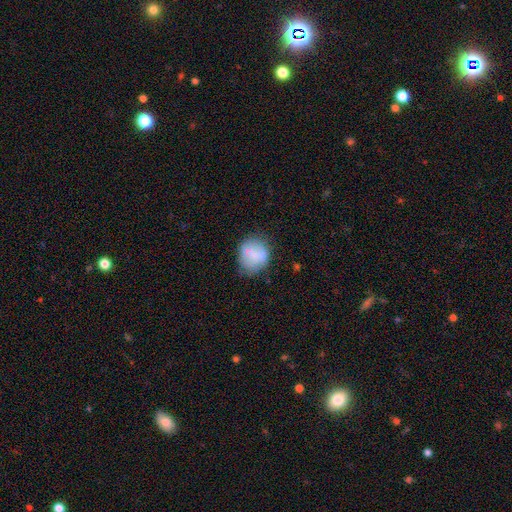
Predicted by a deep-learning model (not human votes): smooth_or_featured: smooth (p=0.69) [alt: featured or disk p=0.22]
how_rounded: round (p=0.75) [alt: in between p=0.24]
merging: none (p=0.60) [alt: minor disturbance p=0.24]